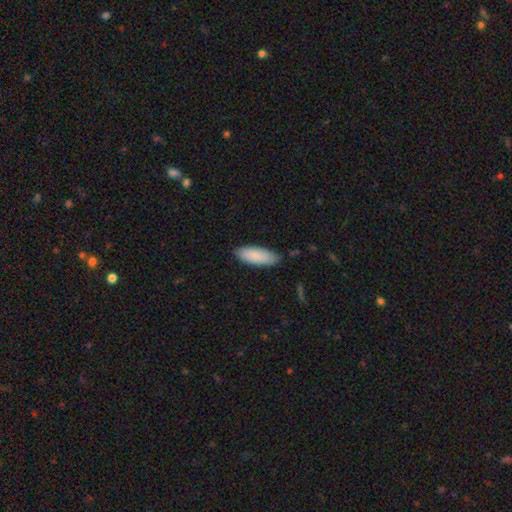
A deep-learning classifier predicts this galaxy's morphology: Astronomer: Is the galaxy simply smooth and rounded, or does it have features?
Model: smooth — 85%.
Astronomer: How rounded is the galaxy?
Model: in between — 75%.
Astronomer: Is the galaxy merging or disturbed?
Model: none — 83%.